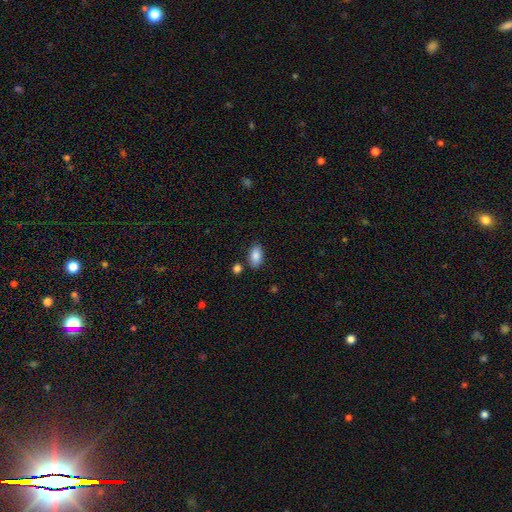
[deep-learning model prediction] This is clearly a smooth galaxy (86%). How rounded: clearly in between (92%). Merging: clearly none (81%).